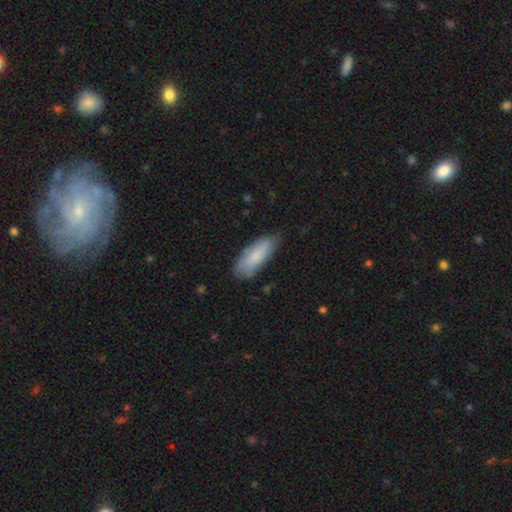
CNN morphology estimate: Smooth or featured? smooth (80%)
How rounded? in between (71%)
Merging? none (73%)